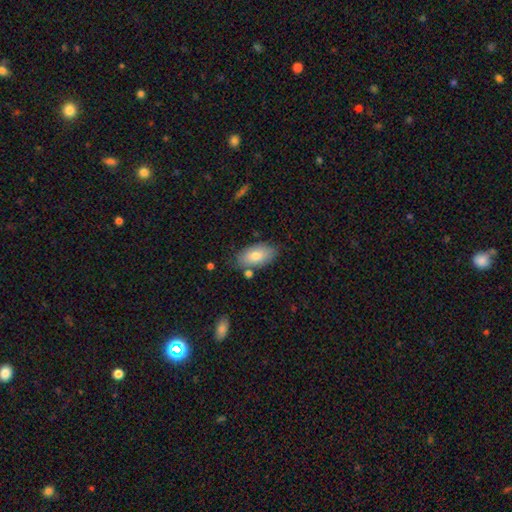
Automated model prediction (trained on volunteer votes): Smooth or featured?
  - smooth: 78% *
  - featured or disk: 15%
  - star or artifact: 7%
How rounded?
  - in between: 94% *
  - round: 4%
  - cigar-shaped: 3%
Merging?
  - none: 77% *
  - minor disturbance: 15%
  - merger: 5%
  - major disturbance: 3%